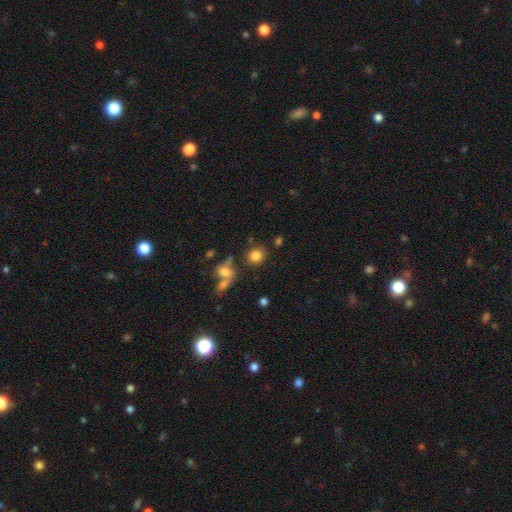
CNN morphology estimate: This appears to be a smooth galaxy with no disk features (82%) that is round (78%). Merging: none (76%).